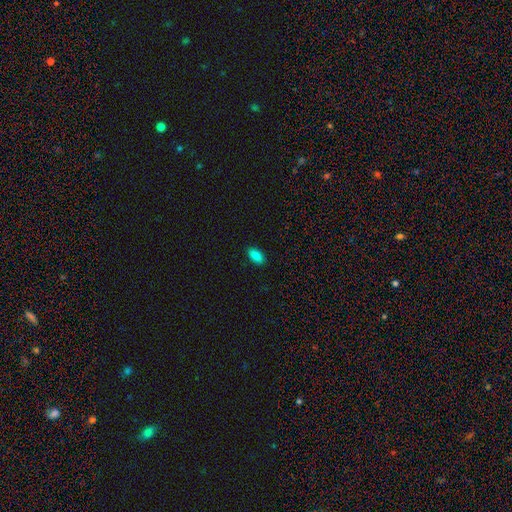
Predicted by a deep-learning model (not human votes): Smooth or featured: smooth — 87% (star or artifact — 9%)
How rounded: in between — 93% (cigar-shaped — 4%)
Merging: none — 89% (minor disturbance — 8%)